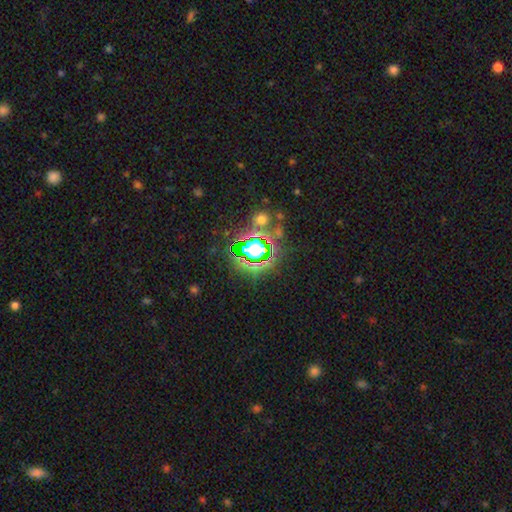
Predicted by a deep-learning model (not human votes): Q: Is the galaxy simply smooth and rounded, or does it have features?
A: star or artifact — 82%.